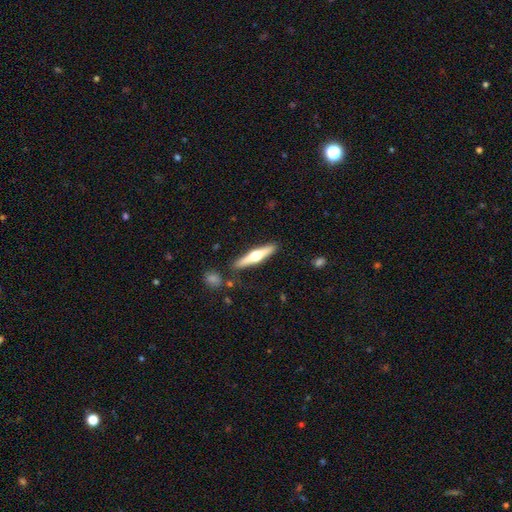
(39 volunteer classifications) Smooth or featured? 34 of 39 (87%) said featured or disk. Edge-on disk? 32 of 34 (94%) said yes. Edge-on bulge? 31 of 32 (97%) said rounded. Merging? 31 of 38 (82%) said none.